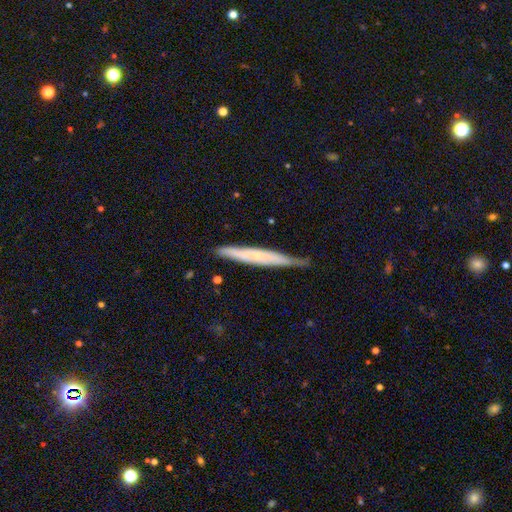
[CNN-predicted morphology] Smooth or featured? Predicted: featured or disk (p=0.55). Edge-on disk? Predicted: yes (p=0.86). Merging? Predicted: none (p=0.70).